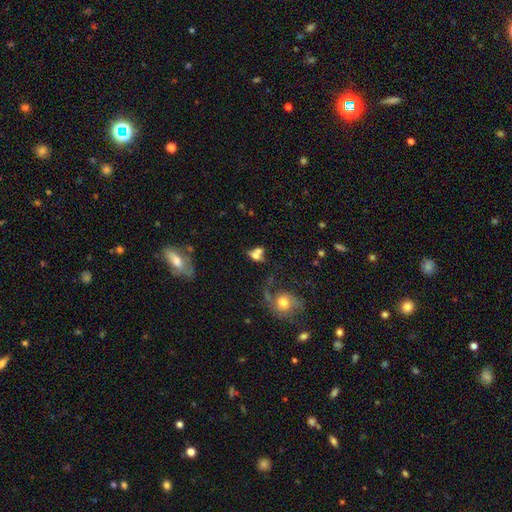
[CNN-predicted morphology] The model was most divided on "merging": merger: 48%, none: 29%, minor disturbance: 12%, major disturbance: 12%. More confident: smooth or featured — smooth (60%); how rounded — in between (58%).